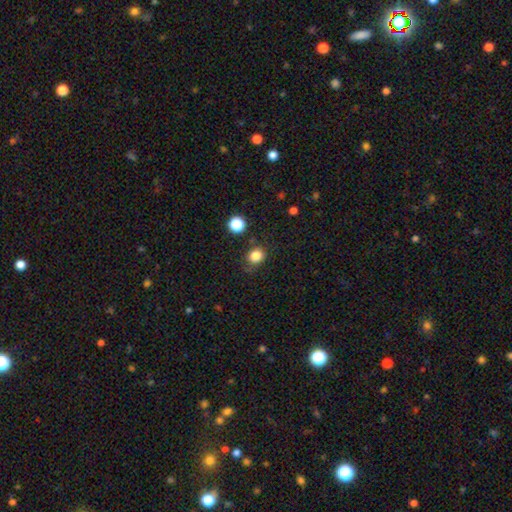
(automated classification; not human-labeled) Smooth or featured?
  - smooth: 83% *
  - star or artifact: 12%
  - featured or disk: 5%
How rounded?
  - round: 73% *
  - in between: 26%
  - cigar-shaped: 1%
Merging?
  - none: 75% *
  - minor disturbance: 16%
  - major disturbance: 5%
  - merger: 4%